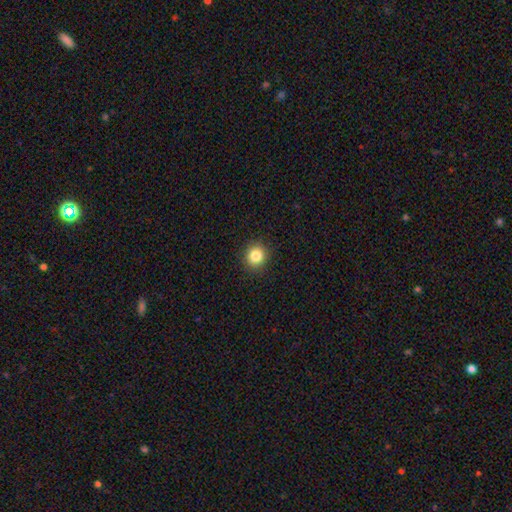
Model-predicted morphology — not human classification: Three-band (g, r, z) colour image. It shows a smooth galaxy with no disk features (84%) that is round (89%). Merging: none (92%).